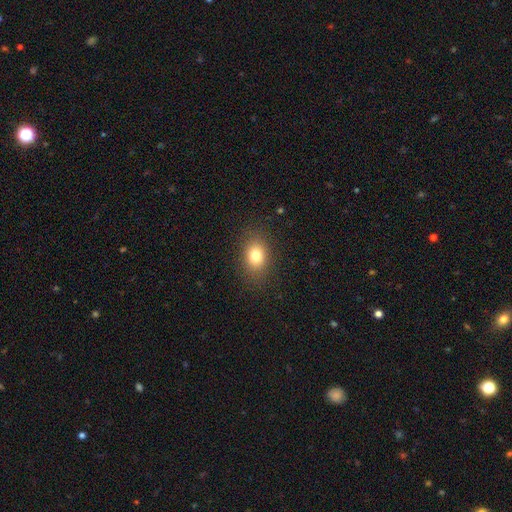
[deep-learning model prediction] Smooth or featured?
  - smooth: 79% *
  - star or artifact: 12%
  - featured or disk: 9%
How rounded?
  - in between: 65% *
  - round: 33%
  - cigar-shaped: 1%
Merging?
  - none: 86% *
  - minor disturbance: 10%
  - major disturbance: 4%
  - merger: 1%